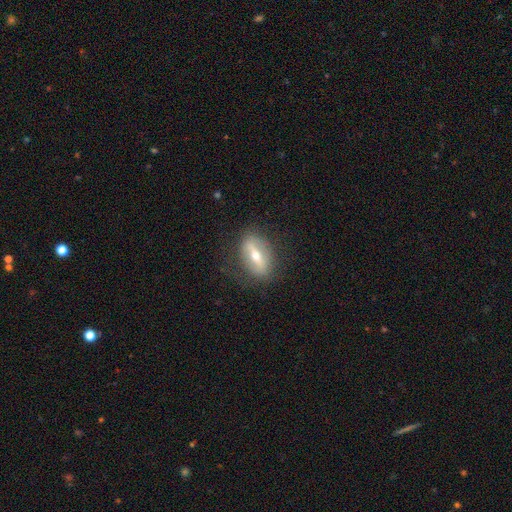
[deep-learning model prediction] Smooth or featured?
  - featured or disk: 63% *
  - smooth: 29%
  - star or artifact: 8%
Edge-on disk?
  - no: 61% *
  - yes: 39%
Merging?
  - none: 79% *
  - minor disturbance: 14%
  - major disturbance: 6%
  - merger: 1%